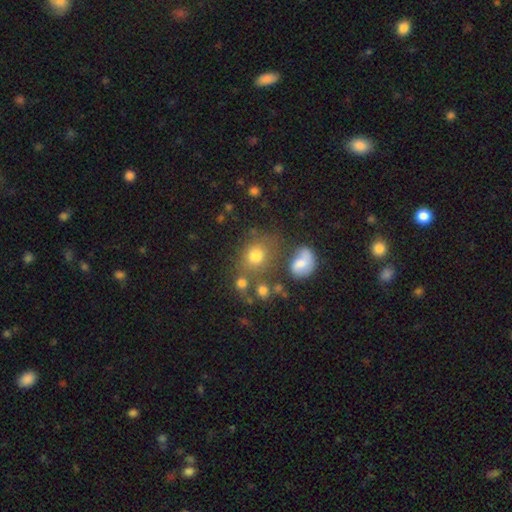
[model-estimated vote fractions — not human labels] Overall: smooth (74%). How rounded: round (70%). Merging: none (60%).